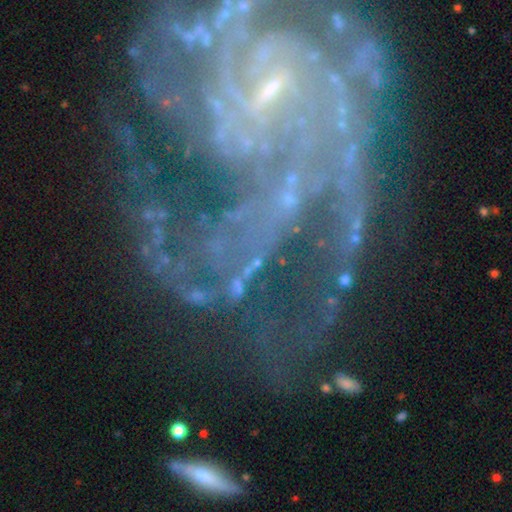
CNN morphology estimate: Overall: featured or disk (76%). Edge-on disk: no (96%). Bar: no (42%; weak 35%). Spiral arms: yes (89%). Spiral arm count: can't tell (28%; 2 24%). Spiral winding: tight (46%; medium 36%). Bulge size: small (67%). Merging: none (52%; major disturbance 25%).